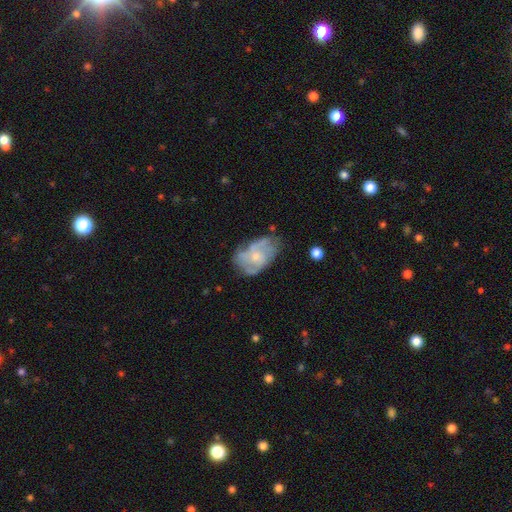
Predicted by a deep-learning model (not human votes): This appears to be a featured or disk galaxy (65%) with no bar (78%), spiral arms (65%) and a small central bulge (56%). Merging: none (50%).